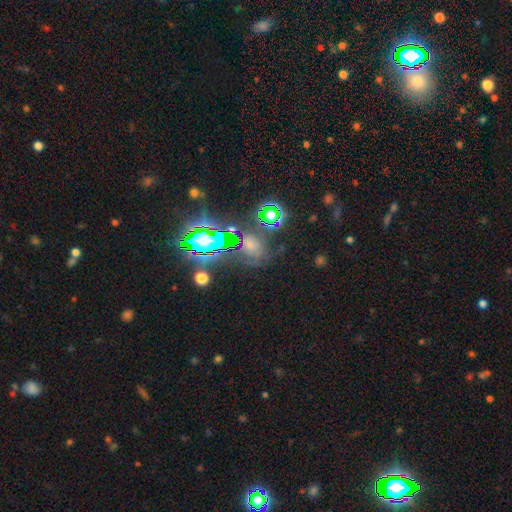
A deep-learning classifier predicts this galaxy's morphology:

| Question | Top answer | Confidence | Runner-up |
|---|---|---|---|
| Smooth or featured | star or artifact | 73% | smooth (17%) |